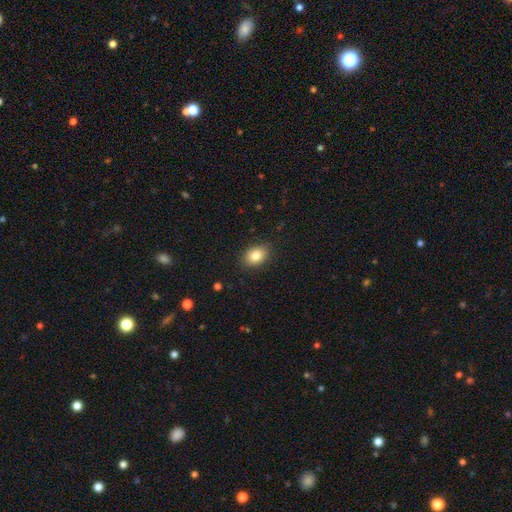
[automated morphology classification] type=smooth (83%); roundness=in between (74%); merging=none (87%).